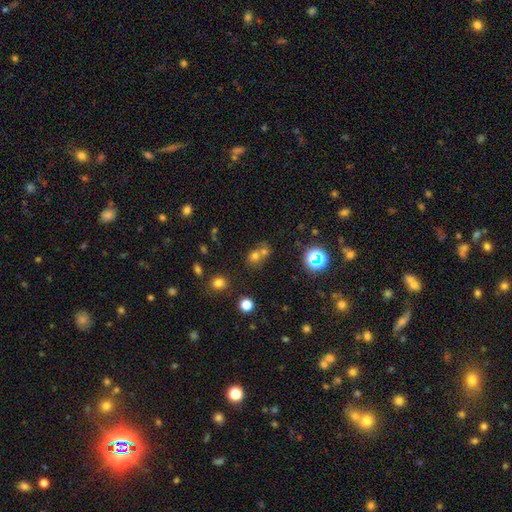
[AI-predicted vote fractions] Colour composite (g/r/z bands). It shows a smooth galaxy with no disk features (59%) that is round (77%). Merging: merger (45%).